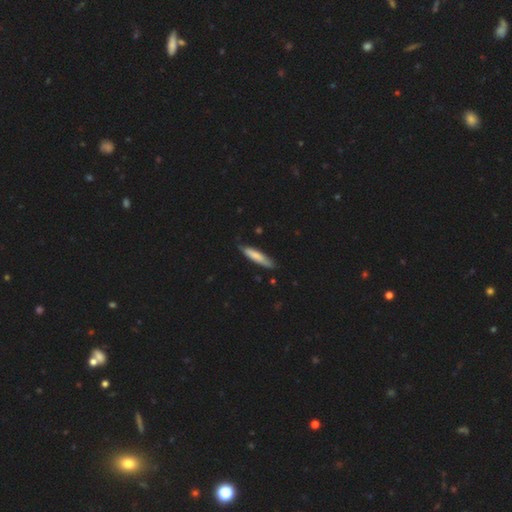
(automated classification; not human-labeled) Q: Smooth or featured?
A: smooth (74%); runner-up: featured or disk (21%)
Q: How rounded?
A: cigar-shaped (83%); runner-up: in between (16%)
Q: Merging?
A: none (75%); runner-up: minor disturbance (21%)